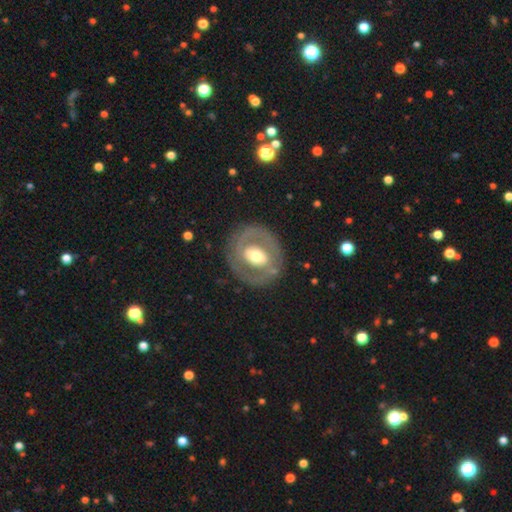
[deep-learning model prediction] Smooth or featured?
  - featured or disk: 60% *
  - smooth: 35%
  - star or artifact: 6%
Edge-on disk?
  - no: 95% *
  - yes: 5%
Bar?
  - no: 59% *
  - weak: 26%
  - strong: 15%
Spiral arms?
  - no: 75% *
  - yes: 25%
Bulge size?
  - moderate: 62% *
  - large: 24%
  - small: 11%
  - dominant: 2%
  - none: 1%
Merging?
  - none: 79% *
  - minor disturbance: 12%
  - major disturbance: 7%
  - merger: 2%